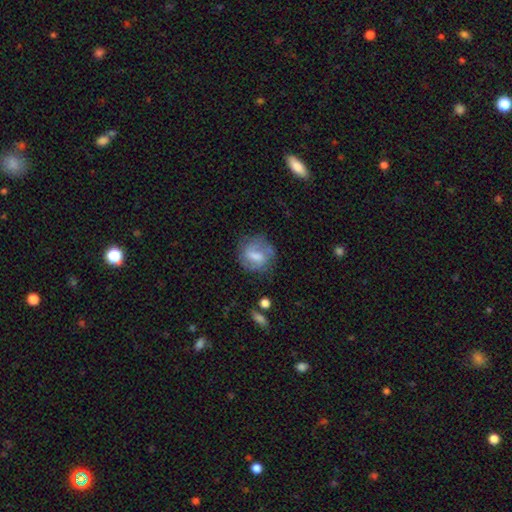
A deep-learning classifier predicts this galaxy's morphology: A smooth galaxy with no disk features (46%, tied with featured or disk).

Vote fractions:
- Smooth or featured? smooth: 46% (tied) / featured or disk: 46% (tied) / star or artifact: 8%
- Merging? none: 61% / minor disturbance: 23% / major disturbance: 13% / merger: 3%